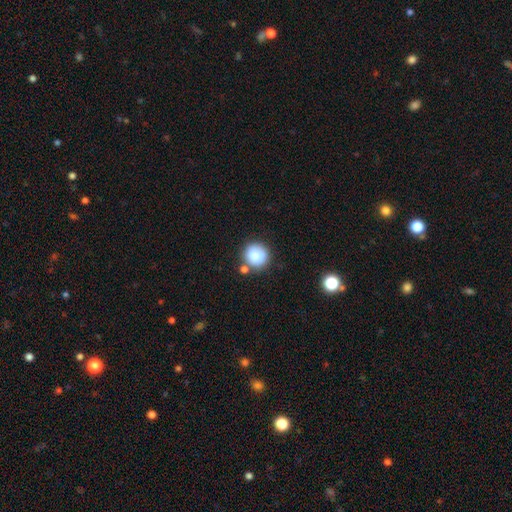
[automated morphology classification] A smooth galaxy with no disk features (86%) that is round (92%).

Vote fractions:
- Smooth or featured? smooth: 86% / star or artifact: 9% / featured or disk: 6%
- How rounded? round: 92% / in between: 7% / cigar-shaped: 1%
- Merging? none: 73% / merger: 12% / minor disturbance: 12% / major disturbance: 4%